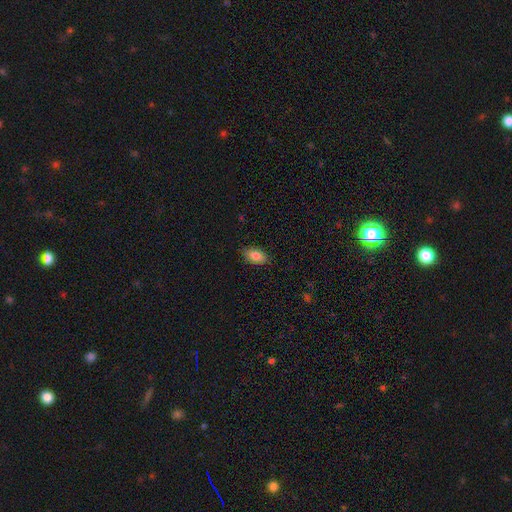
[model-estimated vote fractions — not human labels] Smooth or featured? Predicted: smooth (p=0.84). How rounded? Predicted: in between (p=0.91). Merging? Predicted: none (p=0.85).